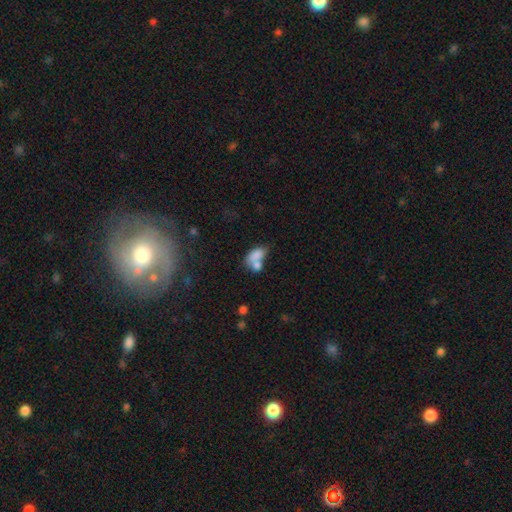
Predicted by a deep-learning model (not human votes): smooth_or_featured: smooth (p=0.77) [alt: featured or disk p=0.14]
how_rounded: in between (p=0.87) [alt: round p=0.10]
merging: merger (p=0.57) [alt: none p=0.24]